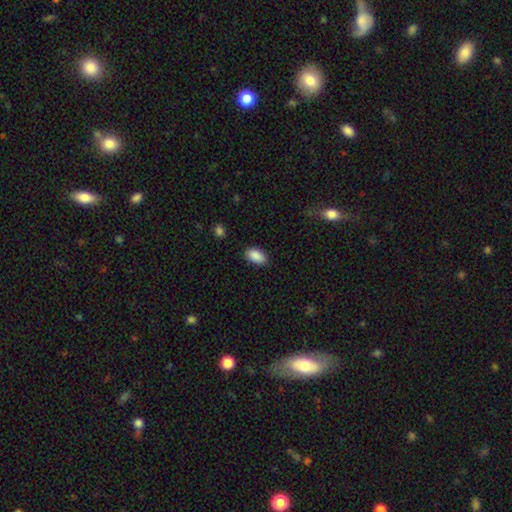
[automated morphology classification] A smooth galaxy with no disk features (89%) that is in between round and cigar-shaped (93%). Merging: none (84%).